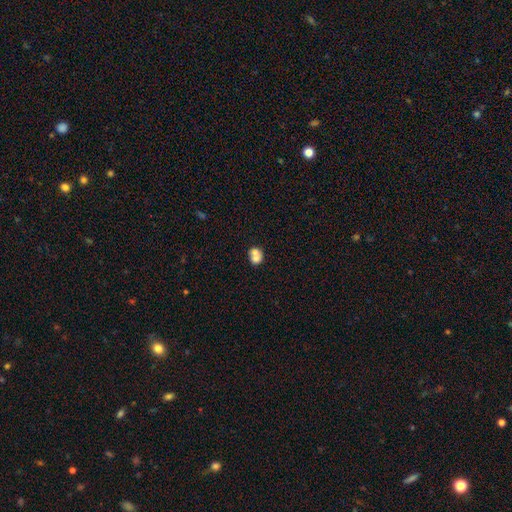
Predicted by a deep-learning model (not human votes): smooth-or-featured: smooth: 72% | featured or disk: 19% | star or artifact: 9%
  how-rounded: round: 58% | in between: 41% | cigar-shaped: 1%
  merging: merger: 62% | none: 26% | minor disturbance: 8% | major disturbance: 4%